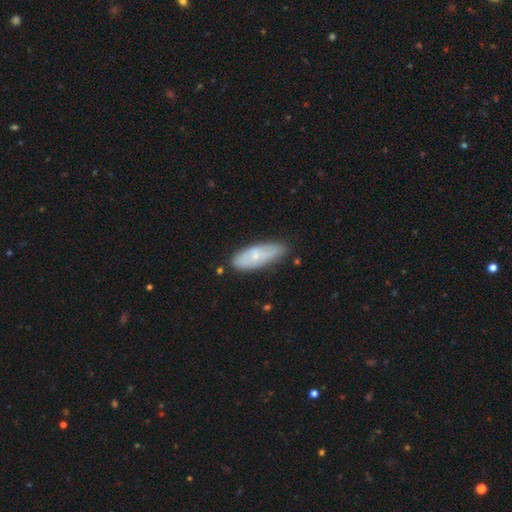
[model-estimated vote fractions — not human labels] Q: Smooth or featured?
A: smooth (57%); runner-up: featured or disk (36%)
Q: How rounded?
A: in between (65%); runner-up: cigar-shaped (33%)
Q: Merging?
A: none (69%); runner-up: minor disturbance (23%)